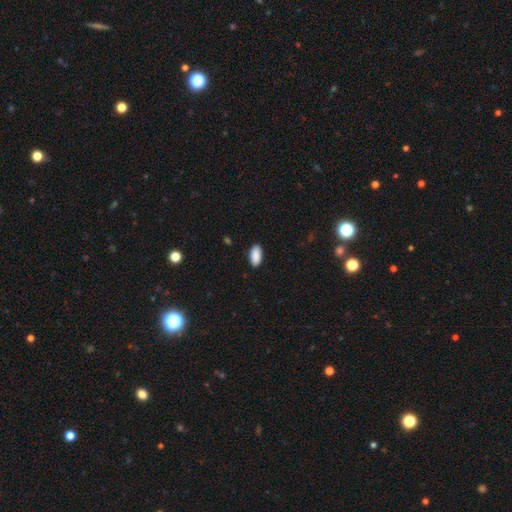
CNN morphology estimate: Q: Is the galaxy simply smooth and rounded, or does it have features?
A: smooth — 90%.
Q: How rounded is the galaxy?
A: in between — 93%.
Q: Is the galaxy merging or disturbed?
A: none — 89%.